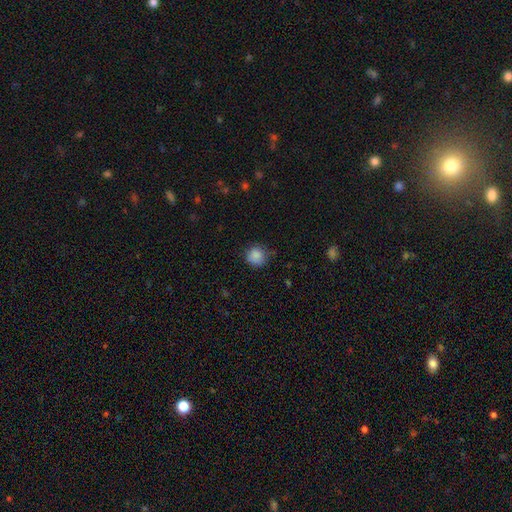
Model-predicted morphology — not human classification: smooth-or-featured: smooth: 86% | star or artifact: 9% | featured or disk: 4%
  how-rounded: round: 90% | in between: 9% | cigar-shaped: 1%
  merging: none: 76% | minor disturbance: 18% | major disturbance: 4% | merger: 1%